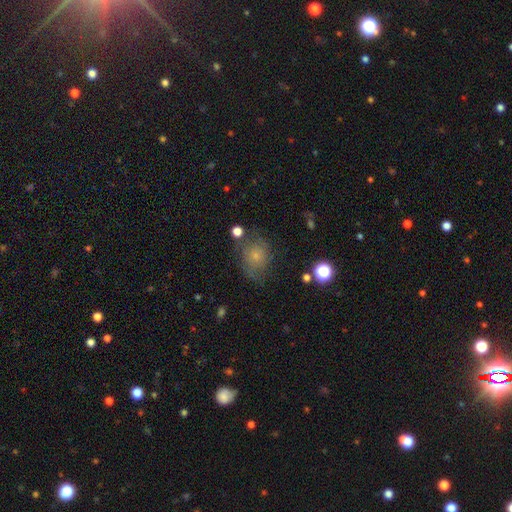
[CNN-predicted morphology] The model was most divided on "how rounded": round: 62%, in between: 37%, cigar-shaped: 1%. More confident: smooth or featured — smooth (57%); merging — none (57%).